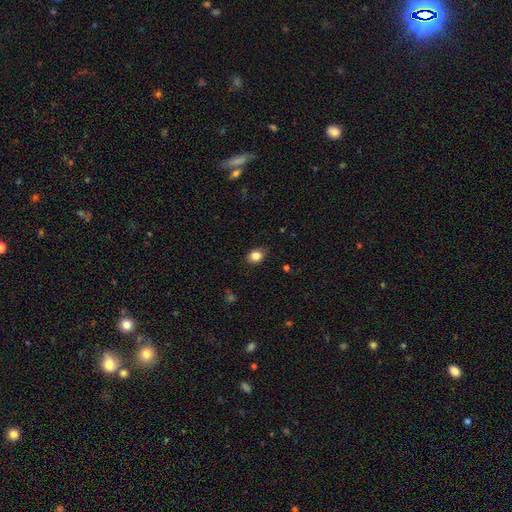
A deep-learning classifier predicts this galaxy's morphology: Smooth or featured: smooth — 84% (star or artifact — 10%)
How rounded: round — 52% (in between — 47%)
Merging: none — 84% (minor disturbance — 13%)